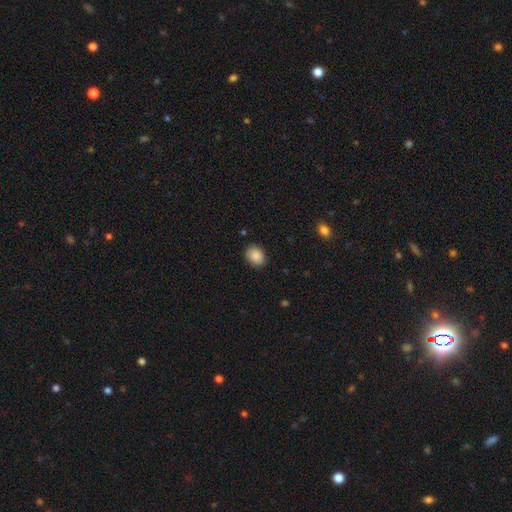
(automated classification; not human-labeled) This appears to be a smooth galaxy with no disk features (88%) that is in between round and cigar-shaped (60%). Merging: none (86%).